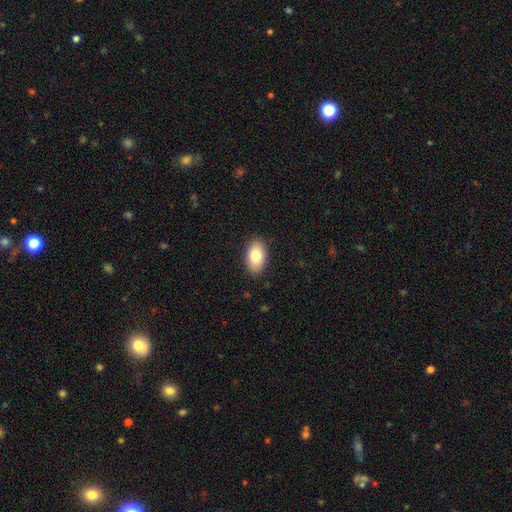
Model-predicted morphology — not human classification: Smooth or featured? Predicted: smooth (p=0.81). How rounded? Predicted: in between (p=0.92). Merging? Predicted: none (p=0.88).